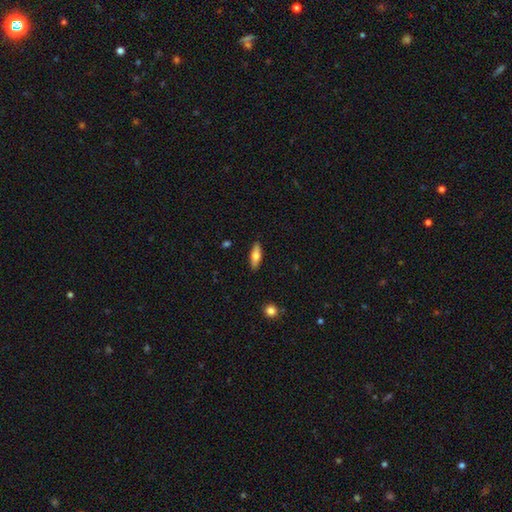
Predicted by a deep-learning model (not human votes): Overall: smooth (64%; featured or disk 30%). How rounded: in between (54%; cigar-shaped 44%). Merging: none (89%).